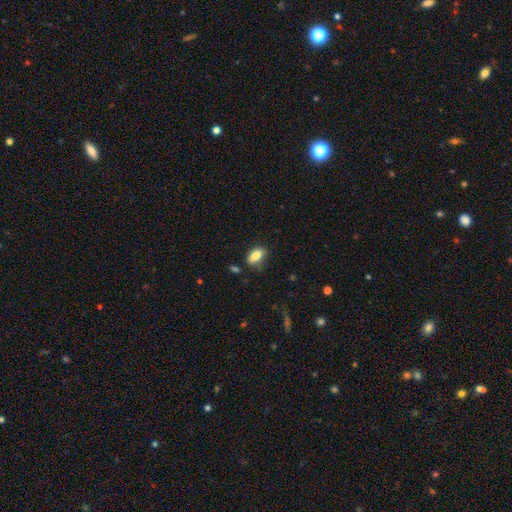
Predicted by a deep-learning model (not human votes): A smooth galaxy with no disk features (82%) that is in between round and cigar-shaped (88%). Merging: none (68%).